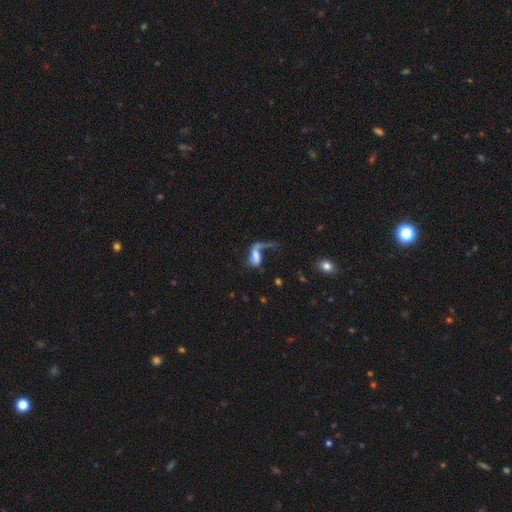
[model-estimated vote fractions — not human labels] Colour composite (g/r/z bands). It shows a featured or disk galaxy (47%). Merging: major disturbance (49%).